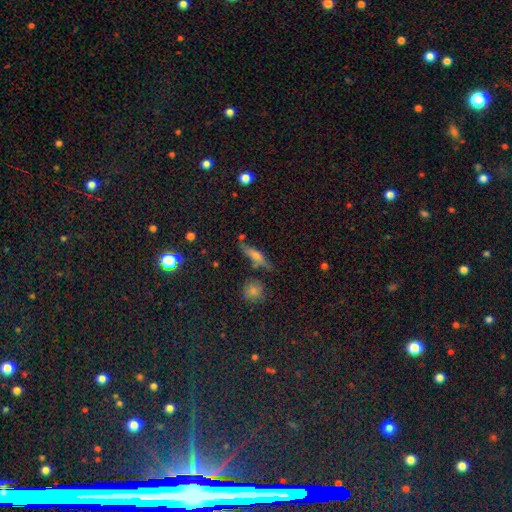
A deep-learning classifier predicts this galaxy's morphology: smooth-or-featured: smooth: 49% | featured or disk: 36% | star or artifact: 15%
  merging: none: 73% | minor disturbance: 15% | merger: 8% | major disturbance: 5%